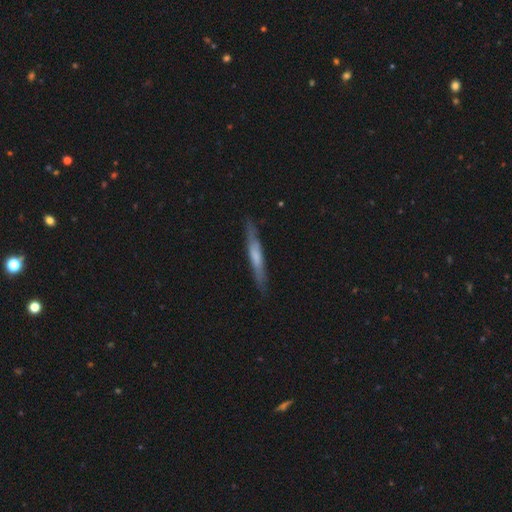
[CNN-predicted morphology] Smooth or featured: smooth — 49% (featured or disk — 46%)
Merging: none — 87% (minor disturbance — 10%)